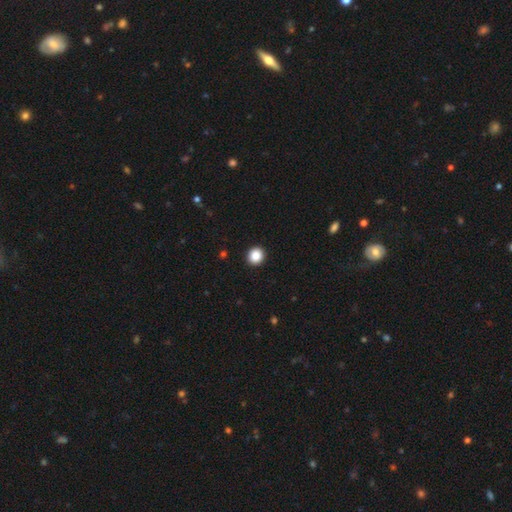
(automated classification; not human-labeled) smooth_or_featured: smooth (p=0.88) [alt: star or artifact p=0.10]
how_rounded: round (p=0.89) [alt: in between p=0.10]
merging: none (p=0.93) [alt: minor disturbance p=0.05]